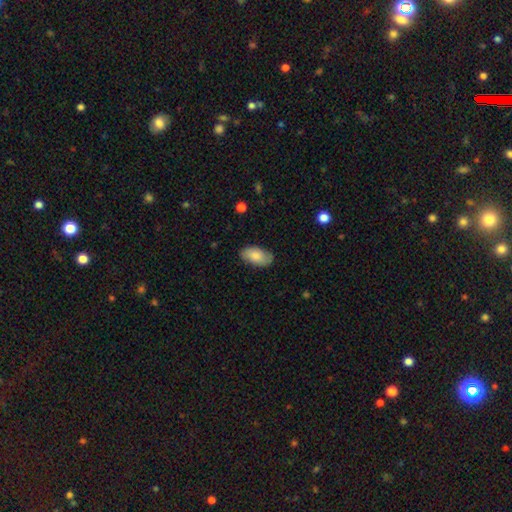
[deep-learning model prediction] Smooth or featured? smooth (79%)
How rounded? in between (95%)
Merging? none (82%)